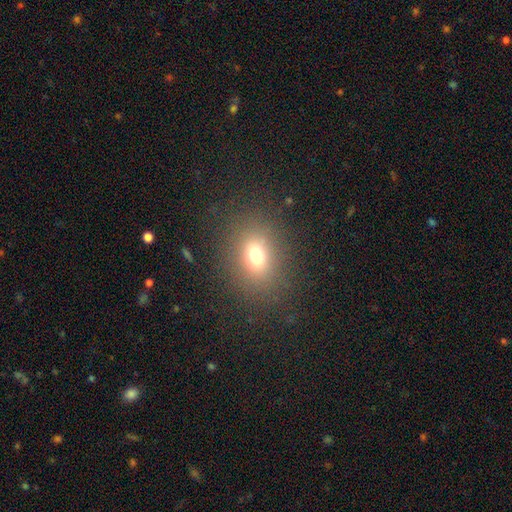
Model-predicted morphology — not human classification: This is likely a smooth galaxy (72%). How rounded: possibly in between (59%). Merging: clearly none (84%).